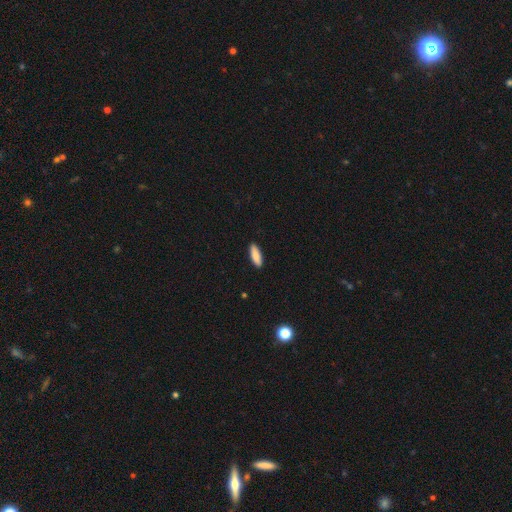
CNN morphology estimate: This appears to be a smooth galaxy with no disk features (86%) that is in between round and cigar-shaped (58%). Merging: none (90%).